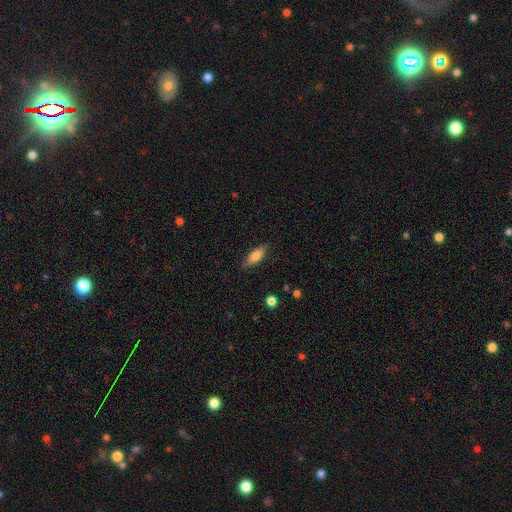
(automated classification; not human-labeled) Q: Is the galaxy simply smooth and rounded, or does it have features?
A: smooth — 70%.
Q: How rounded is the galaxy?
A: in between — 54%.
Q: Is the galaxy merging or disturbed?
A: none — 84%.